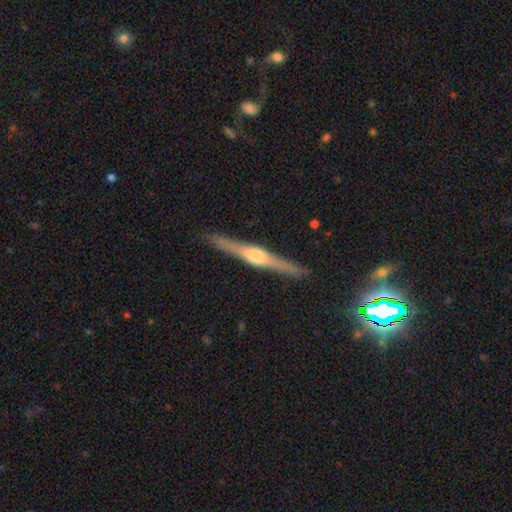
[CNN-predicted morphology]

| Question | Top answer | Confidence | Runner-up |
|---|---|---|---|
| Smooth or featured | featured or disk | 81% | smooth (15%) |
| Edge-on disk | yes | 98% | no (2%) |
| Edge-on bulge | rounded | 86% | boxy (10%) |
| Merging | none | 91% | minor disturbance (7%) |